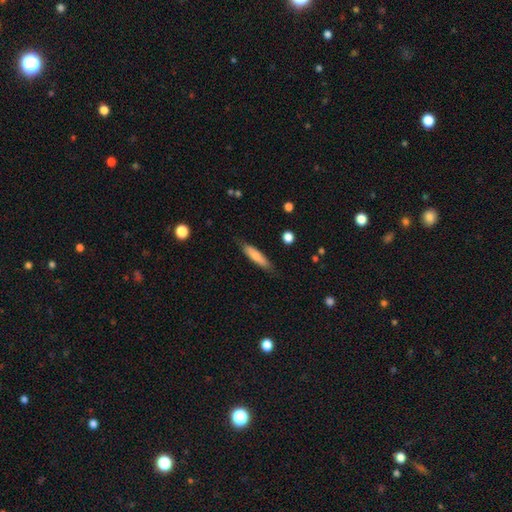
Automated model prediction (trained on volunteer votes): This appears to be a smooth galaxy with no disk features (76%) that is cigar-shaped (80%). Merging: none (82%).